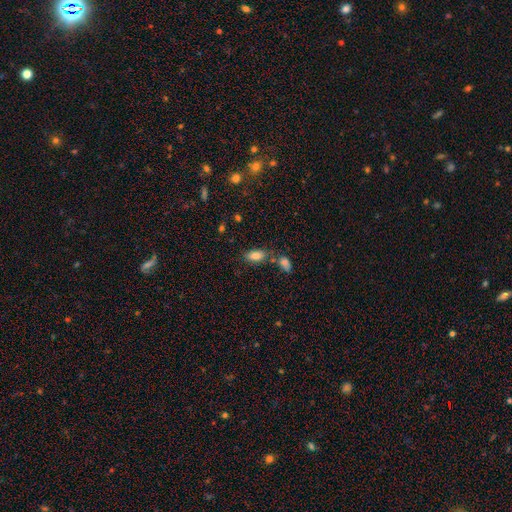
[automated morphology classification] Smooth or featured? smooth (83%)
How rounded? in between (88%)
Merging? none (63%)